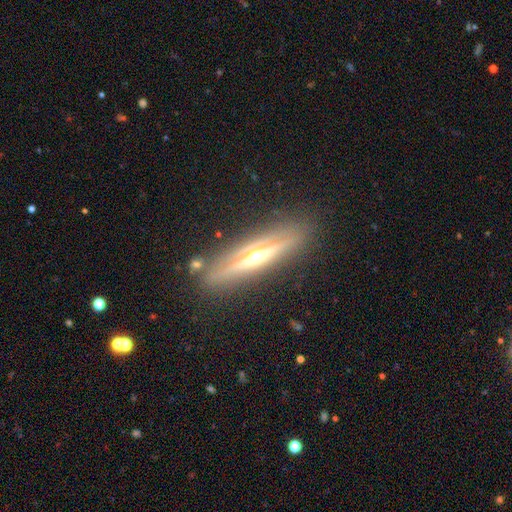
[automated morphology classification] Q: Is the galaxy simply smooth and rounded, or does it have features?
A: featured or disk — 78%.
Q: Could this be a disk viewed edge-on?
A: yes — 94%.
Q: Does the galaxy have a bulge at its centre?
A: rounded — 90%.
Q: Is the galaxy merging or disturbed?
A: none — 86%.